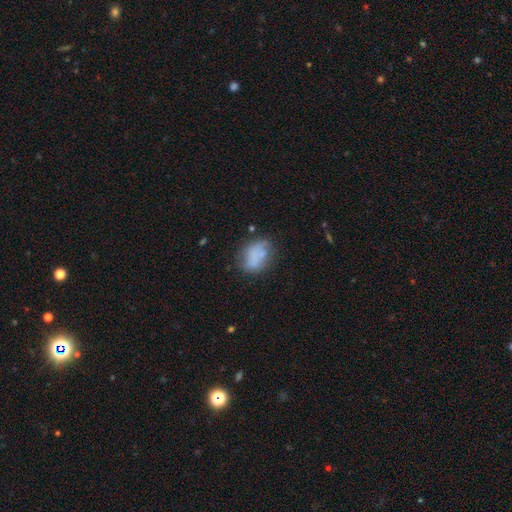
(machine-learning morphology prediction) type=smooth (64%); roundness=in between (71%); merging=none (52%).